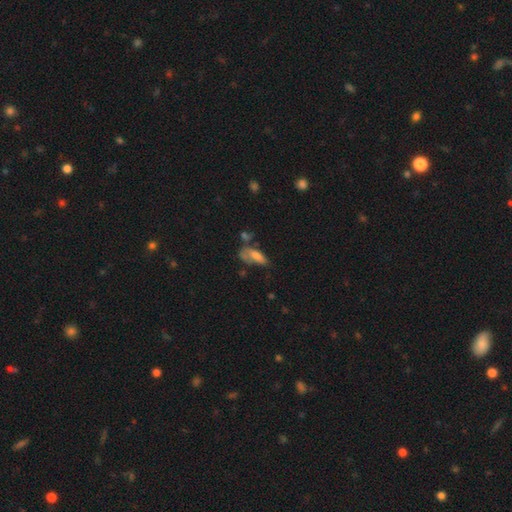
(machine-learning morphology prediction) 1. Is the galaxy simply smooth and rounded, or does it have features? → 70% smooth, 20% featured or disk, 10% star or artifact.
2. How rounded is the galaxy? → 75% in between, 22% cigar-shaped, 3% round.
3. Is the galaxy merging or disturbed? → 33% none, 26% minor disturbance, 24% major disturbance, 17% merger.